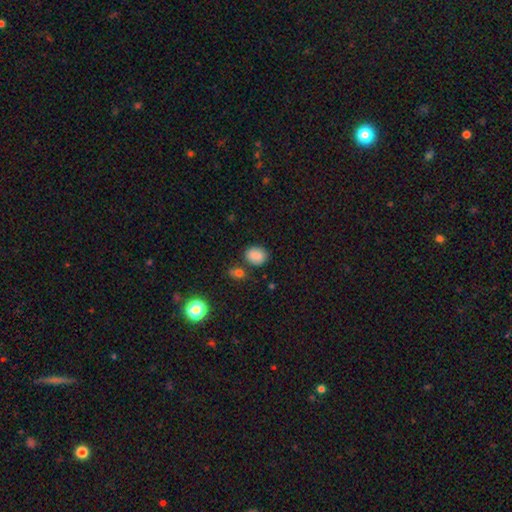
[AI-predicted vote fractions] This appears to be a smooth galaxy with no disk features (85%) that is in between round and cigar-shaped (50%). Merging: none (78%).